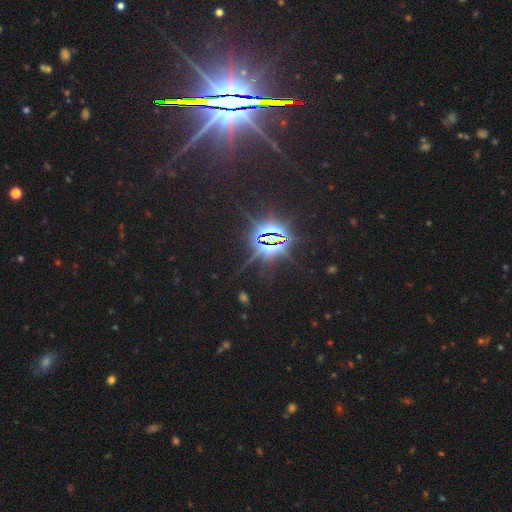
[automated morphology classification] type=star or artifact (82%).